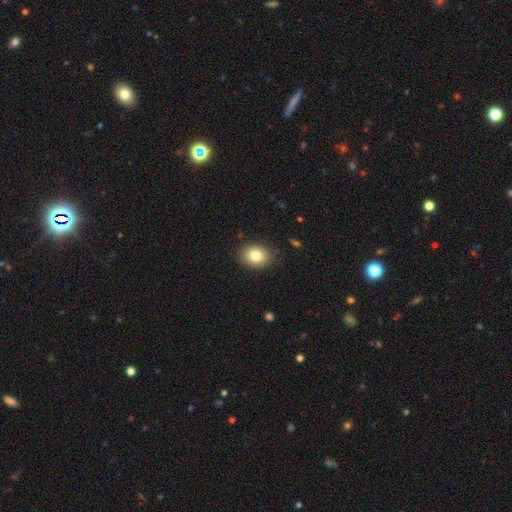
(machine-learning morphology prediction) Smooth or featured? Predicted: smooth (p=0.82). How rounded? Predicted: in between (p=0.60). Merging? Predicted: none (p=0.87).